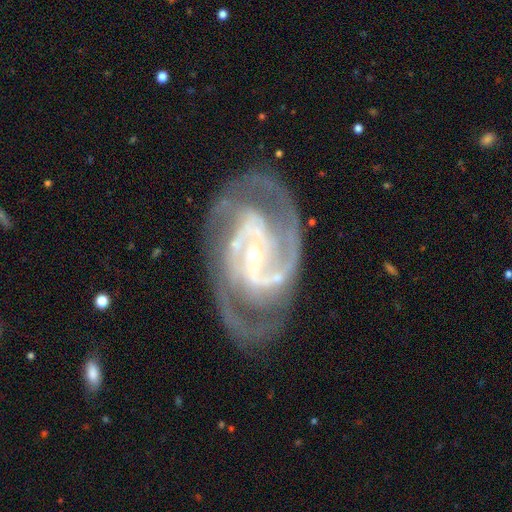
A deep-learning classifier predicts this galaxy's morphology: Smooth or featured? featured or disk (92%)
Edge-on disk? no (97%)
Bar? weak (35%)
Spiral arms? yes (98%)
Spiral winding? medium (46%, tied with tight)
Spiral arm count? 2 (59%)
Bulge size? small (79%)
Merging? none (71%)